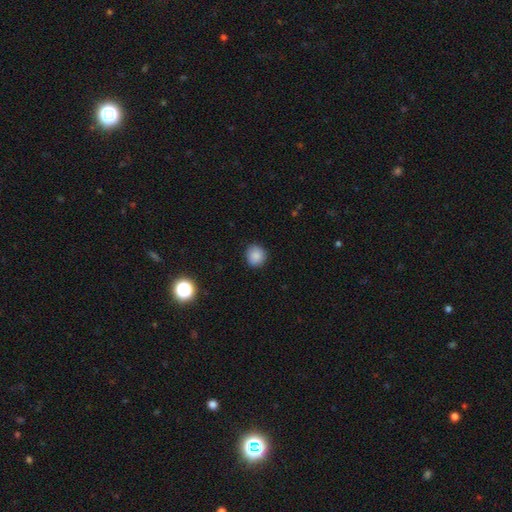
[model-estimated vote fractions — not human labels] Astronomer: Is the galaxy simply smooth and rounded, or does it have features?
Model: smooth — 86%.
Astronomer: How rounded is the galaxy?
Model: round — 90%.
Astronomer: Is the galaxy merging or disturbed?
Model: none — 89%.